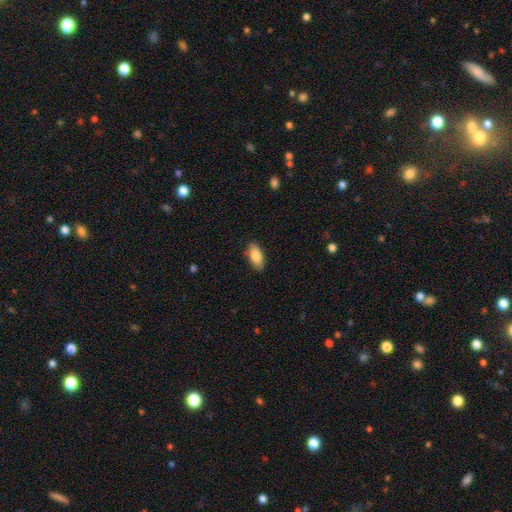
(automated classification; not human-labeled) Overall: smooth (85%). How rounded: in between (90%). Merging: none (87%).